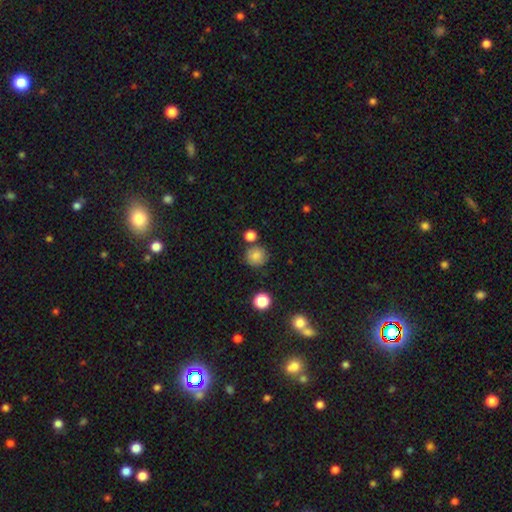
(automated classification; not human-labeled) Smooth or featured: smooth — 83% (star or artifact — 11%)
How rounded: round — 89% (in between — 10%)
Merging: none — 76% (minor disturbance — 12%)